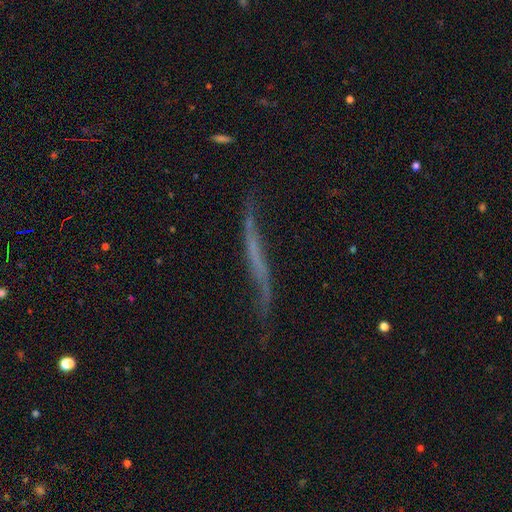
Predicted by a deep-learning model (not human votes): A featured or disk galaxy (63%) viewed edge-on (66%). Merging: none (55%).